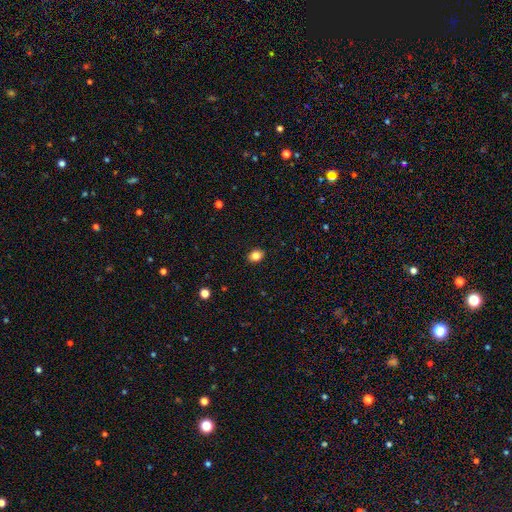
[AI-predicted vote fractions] Smooth or featured: smooth — 84% (star or artifact — 10%)
How rounded: in between — 66% (round — 33%)
Merging: none — 90% (minor disturbance — 8%)